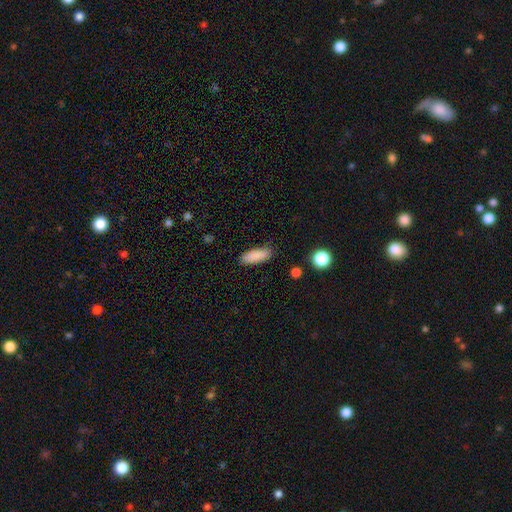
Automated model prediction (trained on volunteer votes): smooth 87%, star or artifact 7%, featured or disk 5%. Down the decision tree: how rounded — in between (66%); merging — none (83%).